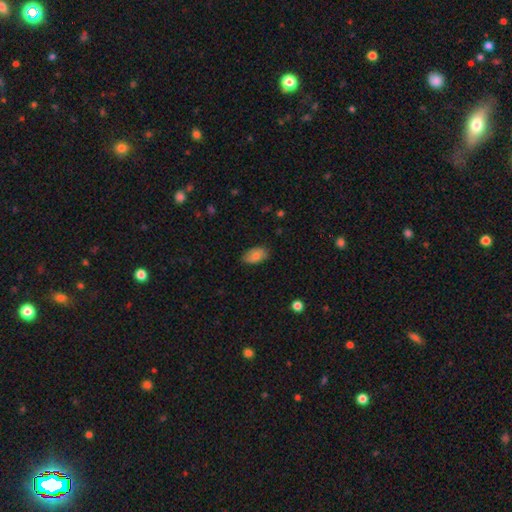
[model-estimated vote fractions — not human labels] A smooth galaxy with no disk features (75%) that is in between round and cigar-shaped (91%).

Vote fractions:
- Smooth or featured? smooth: 75% / featured or disk: 17% / star or artifact: 7%
- How rounded? in between: 91% / round: 7% / cigar-shaped: 2%
- Merging? none: 74% / minor disturbance: 22% / major disturbance: 3% / merger: 1%